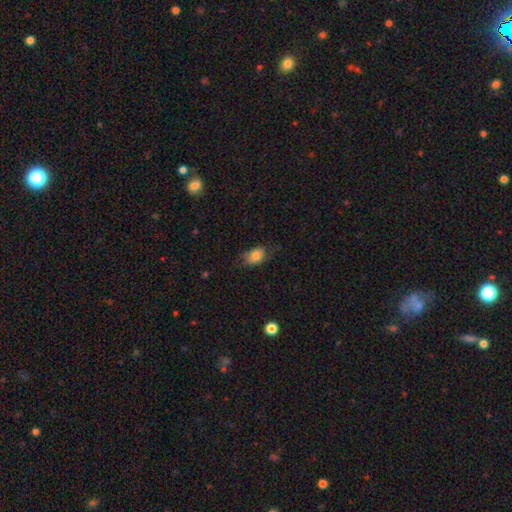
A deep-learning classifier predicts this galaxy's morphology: smooth-or-featured: smooth: 80% | featured or disk: 11% | star or artifact: 9%
  how-rounded: in between: 81% | round: 16% | cigar-shaped: 2%
  merging: none: 63% | minor disturbance: 26% | major disturbance: 9% | merger: 1%